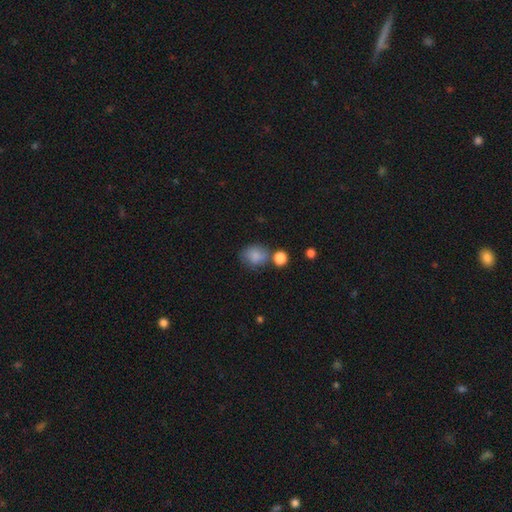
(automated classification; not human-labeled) Morphology: type=smooth (84%); roundness=round (61%); merging=none (61%).